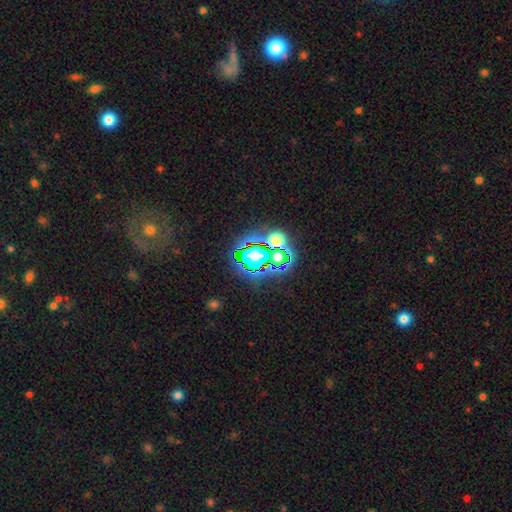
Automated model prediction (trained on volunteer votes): Smooth or featured?
  - star or artifact: 67% *
  - smooth: 20%
  - featured or disk: 13%